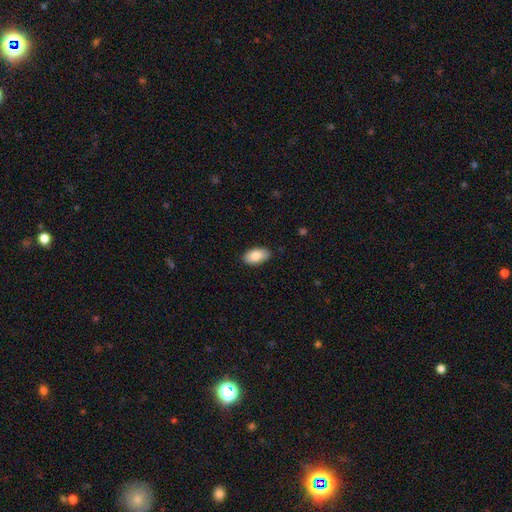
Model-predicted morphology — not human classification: smooth 86%, featured or disk 8%, star or artifact 6%. Down the decision tree: how rounded — in between (94%); merging — none (88%).